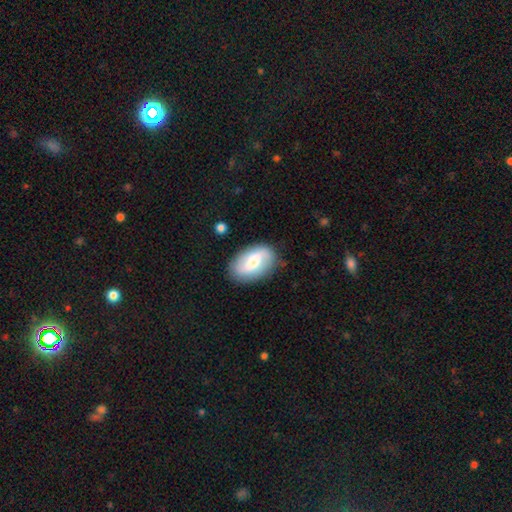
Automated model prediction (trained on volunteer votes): Smooth or featured: featured or disk — 49% (smooth — 45%)
Merging: none — 83% (minor disturbance — 12%)